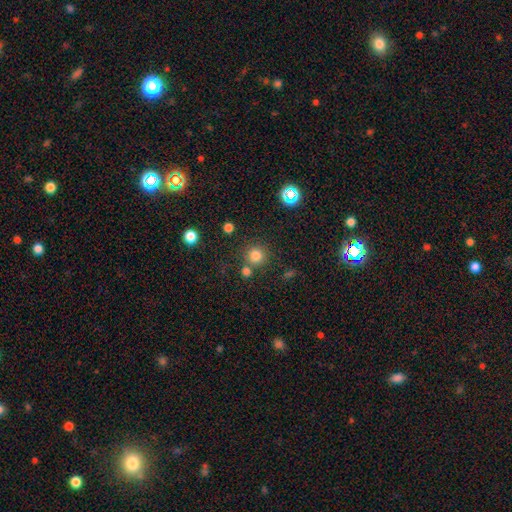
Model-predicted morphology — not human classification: smooth_or_featured: smooth (p=0.79) [alt: star or artifact p=0.16]
how_rounded: round (p=0.94) [alt: in between p=0.05]
merging: none (p=0.74) [alt: merger p=0.14]